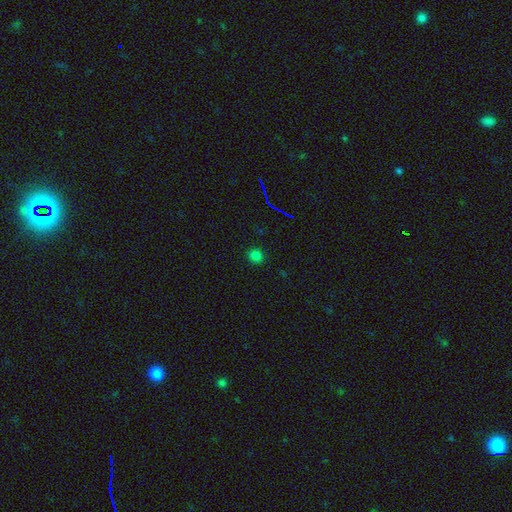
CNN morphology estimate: The model was most divided on "smooth or featured": smooth: 77%, star or artifact: 19%, featured or disk: 4%. More confident: how rounded — round (90%); merging — none (90%).